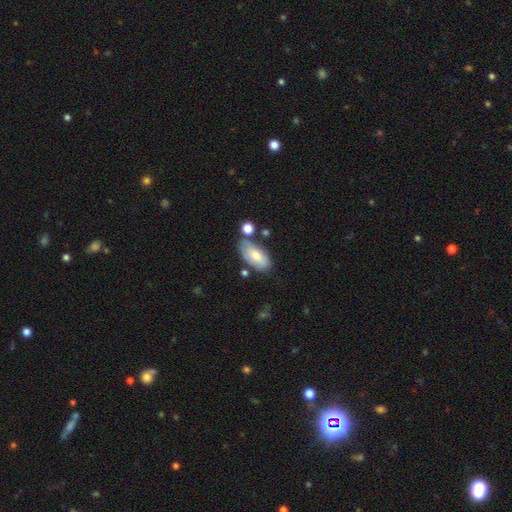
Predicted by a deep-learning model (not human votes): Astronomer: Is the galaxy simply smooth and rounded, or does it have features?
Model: smooth — 73%.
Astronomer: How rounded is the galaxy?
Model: in between — 92%.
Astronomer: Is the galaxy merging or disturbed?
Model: none — 64%.